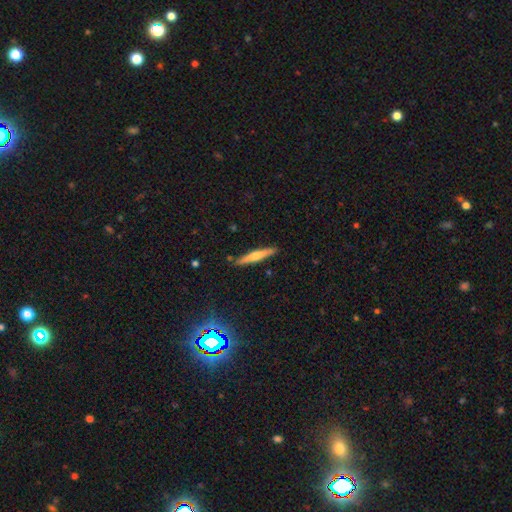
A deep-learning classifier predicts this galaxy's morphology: Overall: featured or disk (51%; smooth 40%). Edge-on disk: yes (96%). Merging: none (89%).